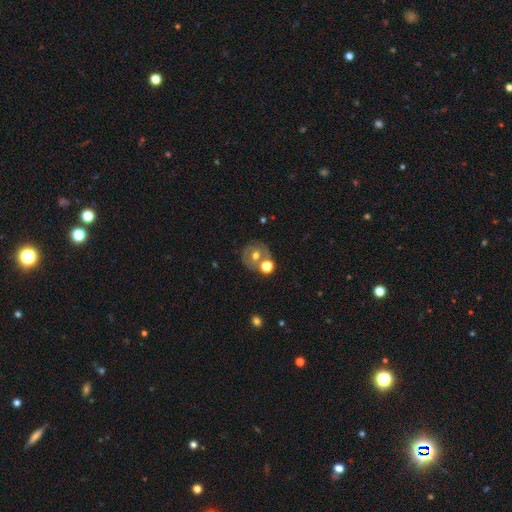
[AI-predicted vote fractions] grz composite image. It shows a smooth galaxy with no disk features (49%). Merging: none (60%).